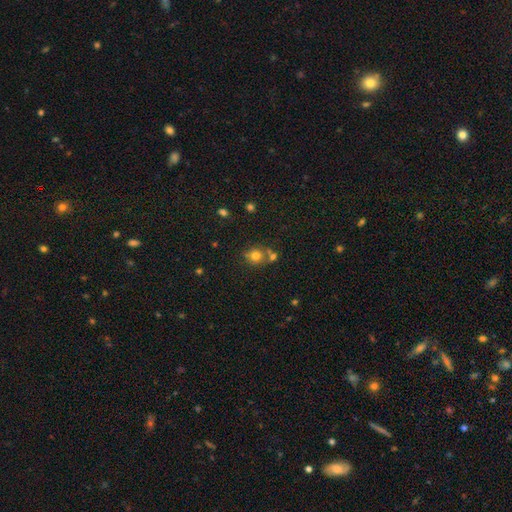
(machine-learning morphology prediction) smooth-or-featured: smooth: 75% | star or artifact: 14% | featured or disk: 11%
  how-rounded: round: 81% | in between: 18% | cigar-shaped: 1%
  merging: none: 54% | merger: 30% | minor disturbance: 11% | major disturbance: 4%